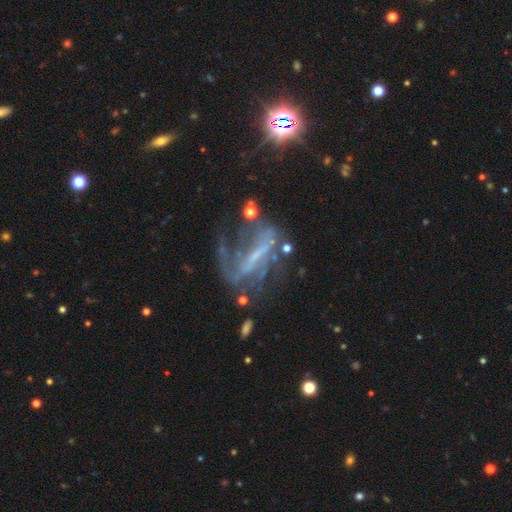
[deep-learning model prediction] The model was most divided on "merging": major disturbance: 38%, none: 37%, minor disturbance: 17%, merger: 8%. Remaining: edge-on disk — no (87%); smooth or featured — featured or disk (74%); spiral arms — yes (68%); bar — strong (56%); bulge size — none (43%).